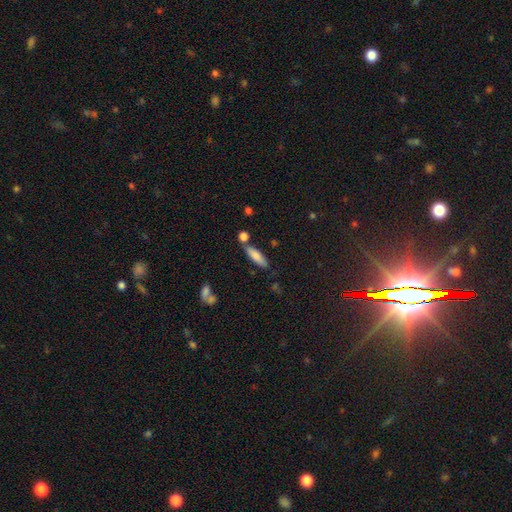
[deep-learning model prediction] Smooth or featured: smooth — 78% (featured or disk — 15%)
How rounded: cigar-shaped — 55% (in between — 43%)
Merging: none — 73% (minor disturbance — 13%)